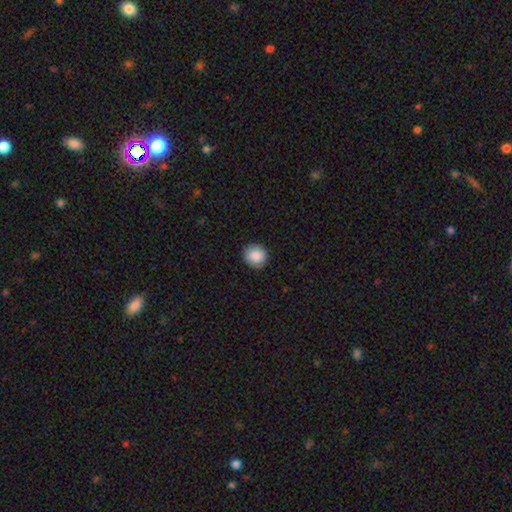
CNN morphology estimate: This appears to be a smooth galaxy with no disk features (89%) that is round (87%). Merging: none (89%).